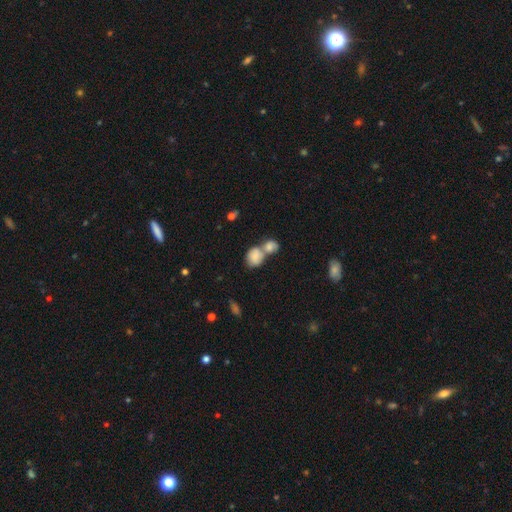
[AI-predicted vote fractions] Overall: smooth (79%). How rounded: round (54%; in between 45%). Merging: merger (68%).